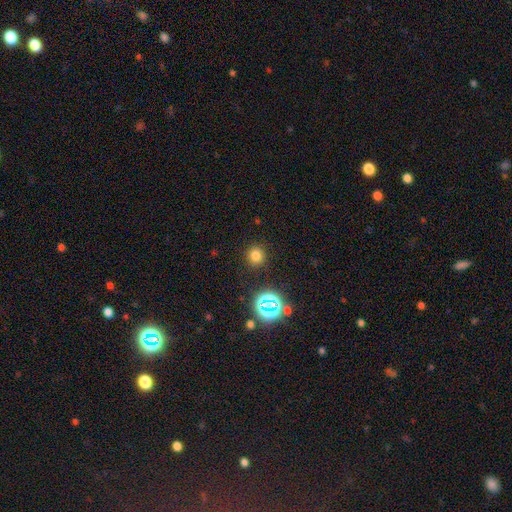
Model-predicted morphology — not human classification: smooth-or-featured: smooth: 73% | star or artifact: 21% | featured or disk: 6%
  how-rounded: round: 90% | in between: 9% | cigar-shaped: 1%
  merging: none: 89% | minor disturbance: 7% | major disturbance: 3% | merger: 2%